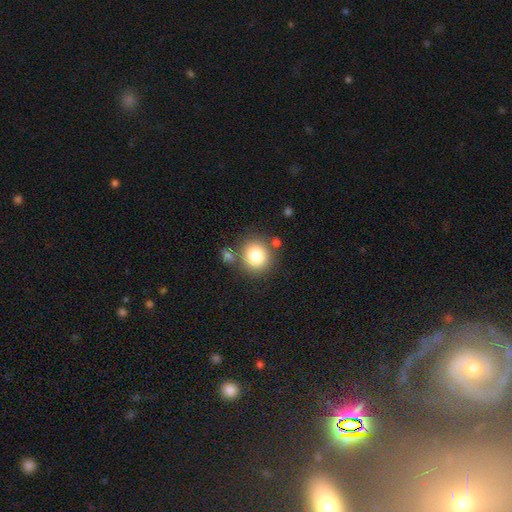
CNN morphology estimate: smooth-or-featured: smooth: 80% | star or artifact: 10% | featured or disk: 10%
  how-rounded: round: 85% | in between: 14% | cigar-shaped: 1%
  merging: none: 76% | minor disturbance: 10% | merger: 10% | major disturbance: 4%